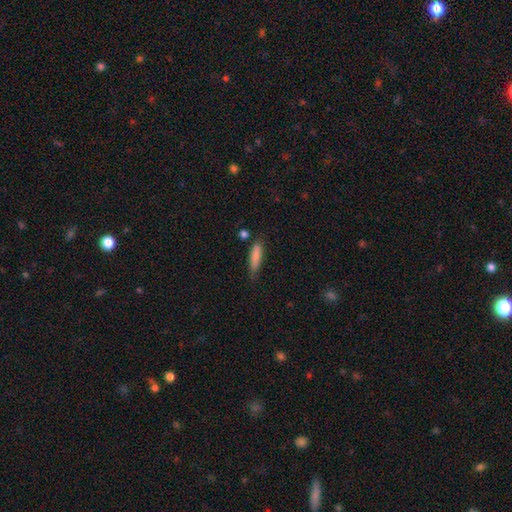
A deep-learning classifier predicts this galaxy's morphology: smooth 83%, featured or disk 10%, star or artifact 7%. Down the decision tree: how rounded — cigar-shaped (74%); merging — none (68%).